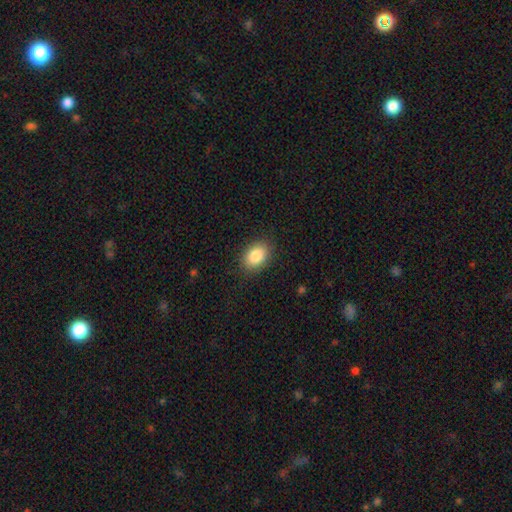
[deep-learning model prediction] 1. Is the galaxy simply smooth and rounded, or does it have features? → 87% smooth, 8% star or artifact, 6% featured or disk.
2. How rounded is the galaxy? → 83% in between, 16% round, 1% cigar-shaped.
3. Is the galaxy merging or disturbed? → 87% none, 10% minor disturbance, 3% major disturbance, 1% merger.